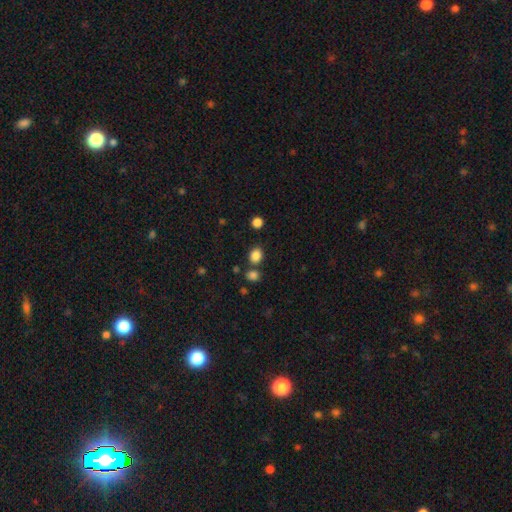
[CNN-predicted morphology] Smooth or featured? Predicted: smooth (p=0.84). How rounded? Predicted: round (p=0.52). Merging? Predicted: none (p=0.74).